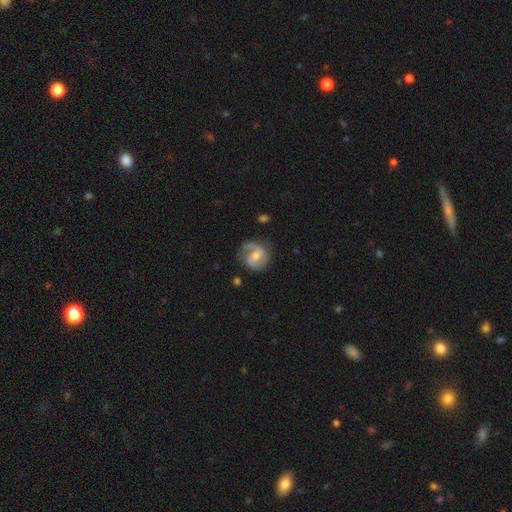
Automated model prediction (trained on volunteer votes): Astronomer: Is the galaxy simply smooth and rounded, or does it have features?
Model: featured or disk — 70%.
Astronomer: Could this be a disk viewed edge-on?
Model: no — 98%.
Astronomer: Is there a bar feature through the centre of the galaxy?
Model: weak — 50% (runner-up: no, 33%).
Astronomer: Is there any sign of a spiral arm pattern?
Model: yes — 90%.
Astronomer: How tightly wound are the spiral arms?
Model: medium — 47% (runner-up: loose, 29%).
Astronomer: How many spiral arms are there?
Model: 2 — 62%.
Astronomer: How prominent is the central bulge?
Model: moderate — 49% (runner-up: small, 36%).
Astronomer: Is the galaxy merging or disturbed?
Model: none — 61%.